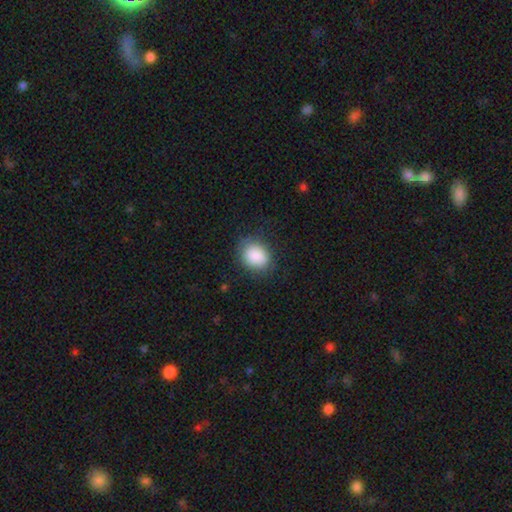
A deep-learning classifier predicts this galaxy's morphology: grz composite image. It shows a smooth galaxy with no disk features (87%) that is in between round and cigar-shaped (51%). Merging: none (77%).